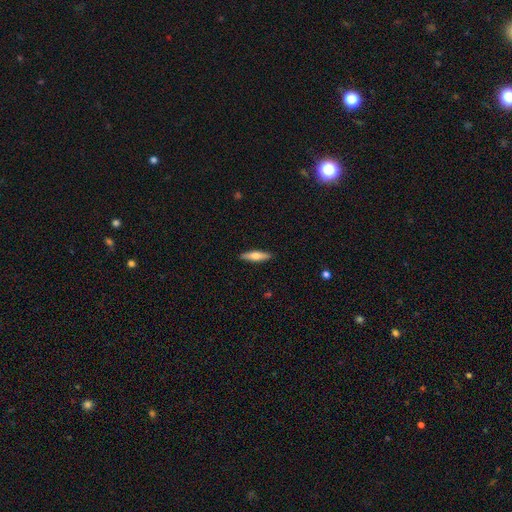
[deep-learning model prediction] smooth-or-featured: smooth: 61% | featured or disk: 34% | star or artifact: 6%
  how-rounded: cigar-shaped: 71% | in between: 27% | round: 2%
  merging: none: 90% | minor disturbance: 7% | major disturbance: 2% | merger: 1%